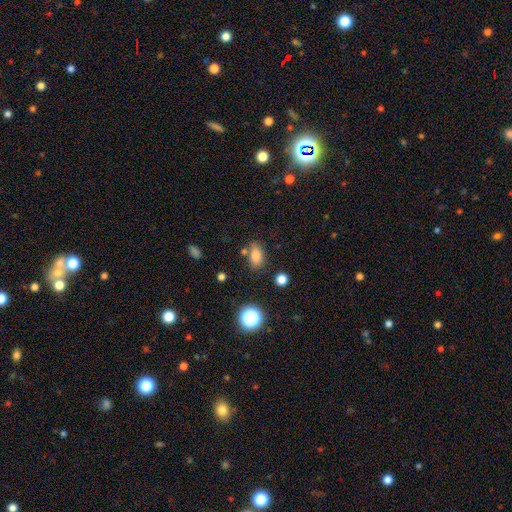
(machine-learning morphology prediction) smooth-or-featured: smooth: 81% | star or artifact: 12% | featured or disk: 7%
  how-rounded: in between: 86% | round: 12% | cigar-shaped: 3%
  merging: none: 73% | minor disturbance: 14% | merger: 8% | major disturbance: 4%